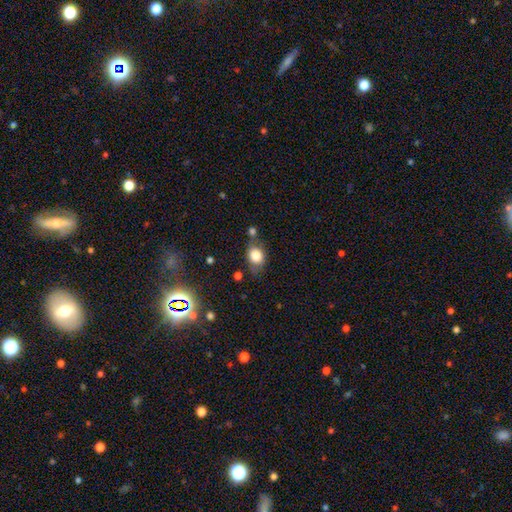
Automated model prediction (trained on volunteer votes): The model was most divided on "how rounded": in between: 51%, round: 47%, cigar-shaped: 1%. More confident: smooth or featured — smooth (79%); merging — none (60%).